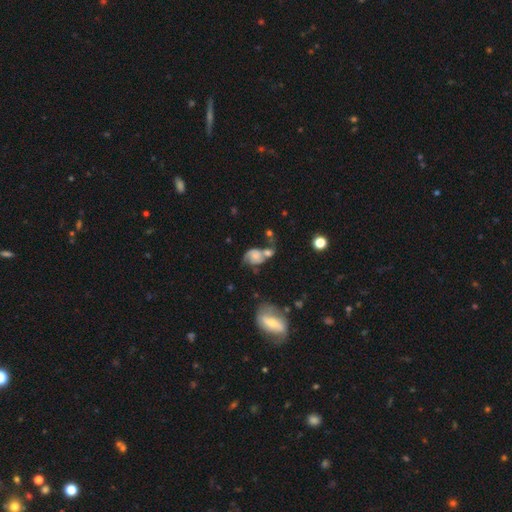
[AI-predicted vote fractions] Smooth or featured: featured or disk — 62% (smooth — 28%)
Edge-on disk: no — 97% (yes — 3%)
Bar: no — 70% (weak — 24%)
Spiral arms: yes — 84% (no — 16%)
Spiral winding: medium — 41% (loose — 39%)
Spiral arm count: 2 — 75% (1 — 11%)
Bulge size: small — 39% (moderate — 28%)
Merging: merger — 40% (none — 25%)